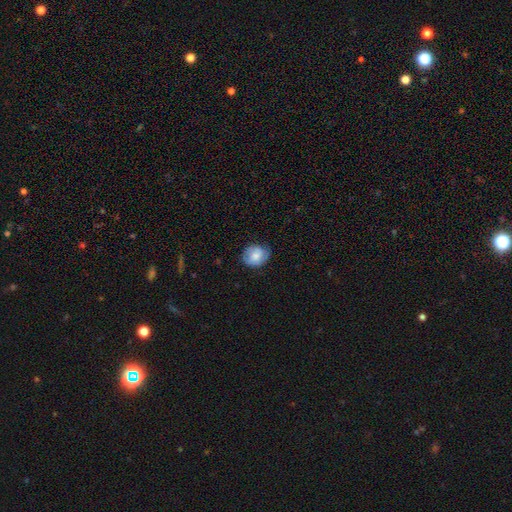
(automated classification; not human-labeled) Smooth or featured: smooth — 67% (featured or disk — 26%)
How rounded: round — 64% (in between — 35%)
Merging: none — 71% (minor disturbance — 22%)